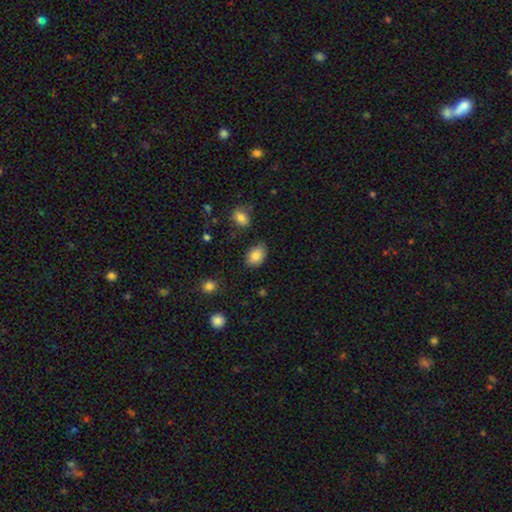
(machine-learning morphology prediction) A smooth galaxy with no disk features (84%) that is in between round and cigar-shaped (80%). Merging: none (80%).